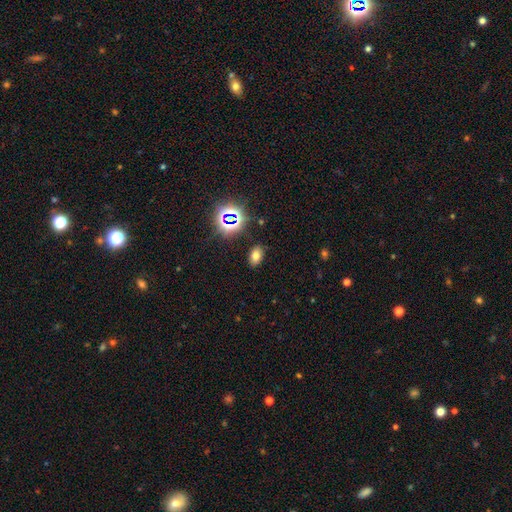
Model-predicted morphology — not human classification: smooth 68%, star or artifact 23%, featured or disk 10%. Down the decision tree: how rounded — in between (87%); merging — none (86%).